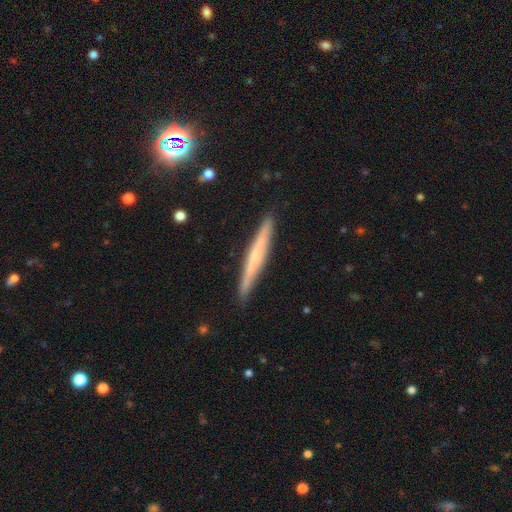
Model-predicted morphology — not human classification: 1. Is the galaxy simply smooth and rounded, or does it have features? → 53% featured or disk, 40% smooth, 7% star or artifact.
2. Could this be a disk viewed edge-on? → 97% yes, 3% no.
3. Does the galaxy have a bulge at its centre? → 58% none, 32% rounded, 9% boxy.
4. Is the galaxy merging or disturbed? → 91% none, 7% minor disturbance, 1% major disturbance, 1% merger.